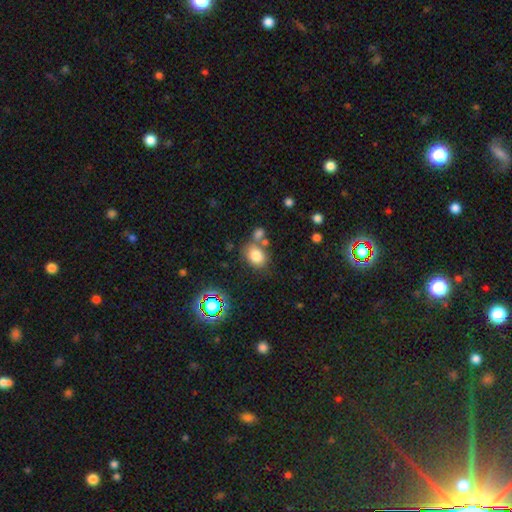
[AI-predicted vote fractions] A smooth galaxy with no disk features (78%) that is in between round and cigar-shaped (59%).

Vote fractions:
- Smooth or featured? smooth: 78% / star or artifact: 13% / featured or disk: 9%
- How rounded? in between: 59% / round: 40% / cigar-shaped: 1%
- Merging? none: 61% / merger: 21% / minor disturbance: 14% / major disturbance: 5%